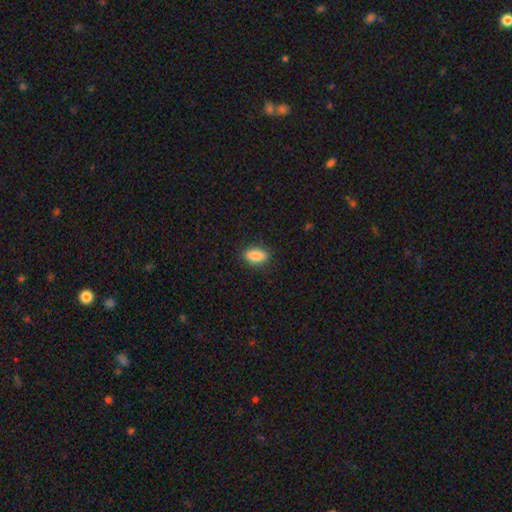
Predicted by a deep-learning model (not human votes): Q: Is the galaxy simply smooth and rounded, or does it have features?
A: smooth — 87%.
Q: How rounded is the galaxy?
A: in between — 85%.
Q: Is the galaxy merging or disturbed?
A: none — 87%.